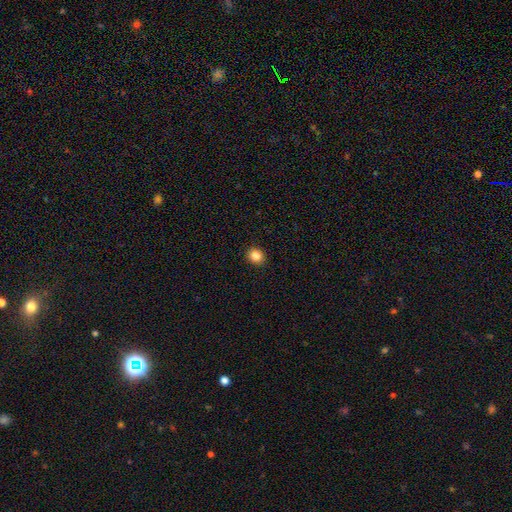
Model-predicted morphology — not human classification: Smooth or featured?
  - smooth: 84% *
  - star or artifact: 11%
  - featured or disk: 5%
How rounded?
  - round: 81% *
  - in between: 18%
  - cigar-shaped: 1%
Merging?
  - none: 92% *
  - minor disturbance: 5%
  - major disturbance: 2%
  - merger: 1%